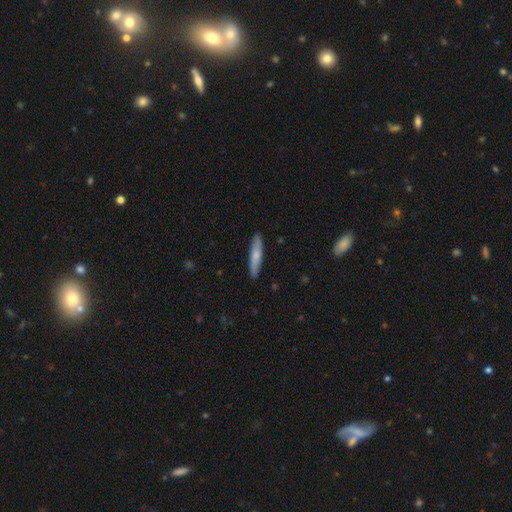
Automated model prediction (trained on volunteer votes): Smooth or featured: smooth — 70% (featured or disk — 25%)
How rounded: cigar-shaped — 90% (in between — 9%)
Merging: none — 90% (minor disturbance — 8%)